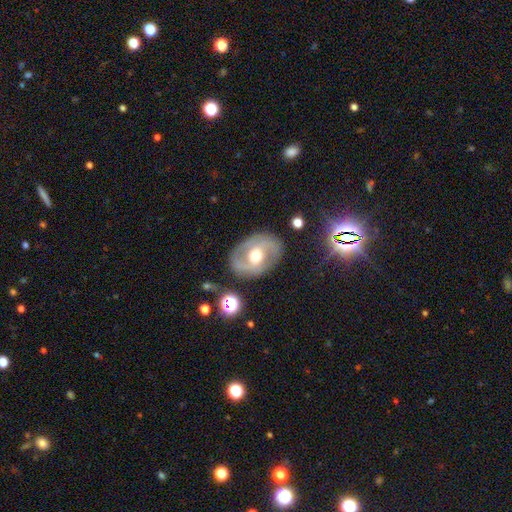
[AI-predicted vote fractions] Smooth or featured: featured or disk — 69% (smooth — 25%)
Edge-on disk: no — 95% (yes — 5%)
Bar: no — 45% (weak — 36%)
Spiral arms: yes — 65% (no — 35%)
Bulge size: moderate — 74% (small — 13%)
Merging: none — 79% (minor disturbance — 13%)